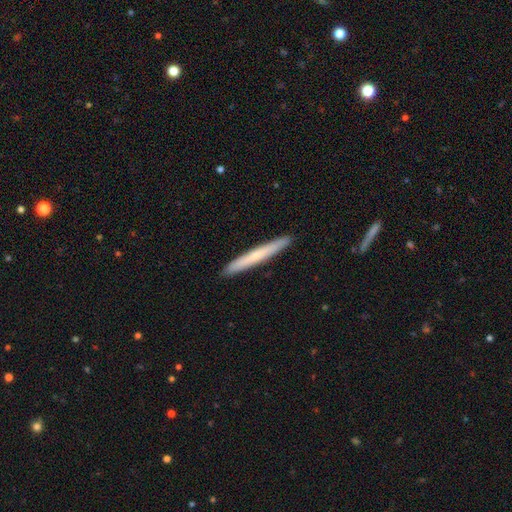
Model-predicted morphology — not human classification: smooth-or-featured: smooth: 57% | featured or disk: 37% | star or artifact: 6%
  how-rounded: cigar-shaped: 97% | in between: 2% | round: 1%
  merging: none: 92% | minor disturbance: 5% | major disturbance: 1% | merger: 1%